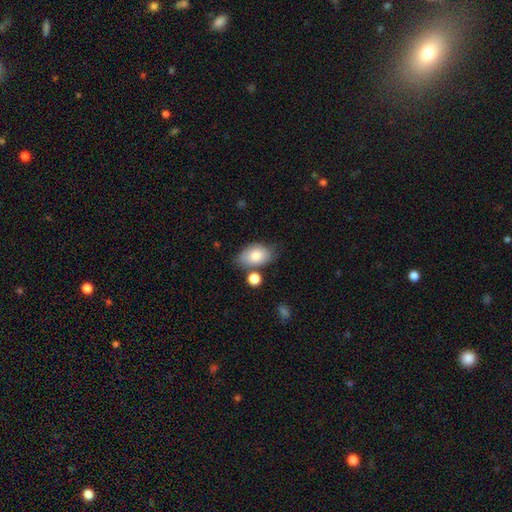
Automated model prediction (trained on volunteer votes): Smooth or featured?
  - smooth: 80% *
  - featured or disk: 13%
  - star or artifact: 7%
How rounded?
  - in between: 89% *
  - round: 10%
  - cigar-shaped: 1%
Merging?
  - none: 62% *
  - minor disturbance: 21%
  - merger: 12%
  - major disturbance: 5%